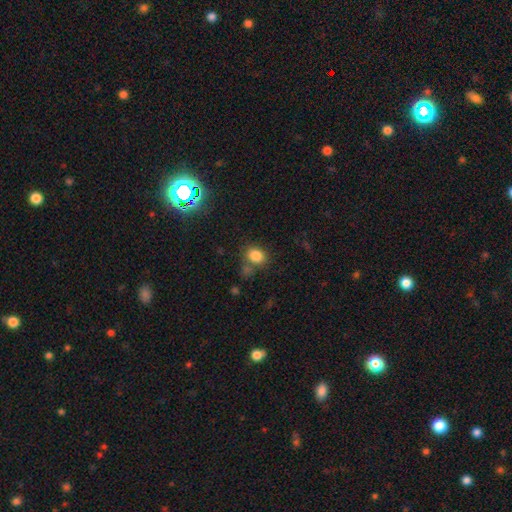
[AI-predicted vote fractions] A smooth galaxy with no disk features (82%) that is round (50%).

Vote fractions:
- Smooth or featured? smooth: 82% / star or artifact: 12% / featured or disk: 6%
- How rounded? round: 50% / in between: 49% / cigar-shaped: 1%
- Merging? none: 67% / minor disturbance: 14% / merger: 14% / major disturbance: 5%